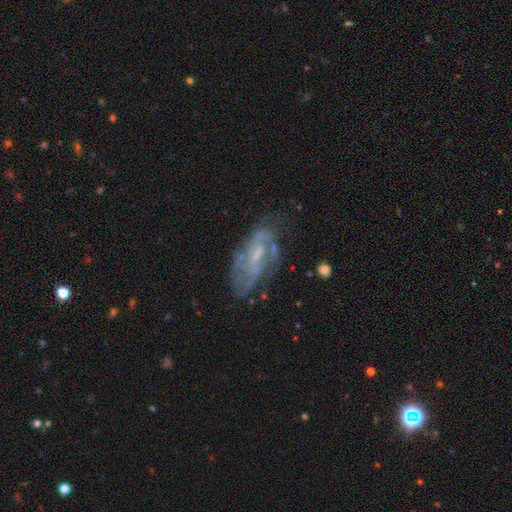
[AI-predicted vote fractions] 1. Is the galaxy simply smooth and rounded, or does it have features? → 70% featured or disk, 21% smooth, 10% star or artifact.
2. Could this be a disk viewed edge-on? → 90% no, 10% yes.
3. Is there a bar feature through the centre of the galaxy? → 50% no, 39% weak, 11% strong.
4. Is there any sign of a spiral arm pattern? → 65% yes, 35% no.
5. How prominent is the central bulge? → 49% small, 25% moderate, 23% none, 2% large, 1% dominant.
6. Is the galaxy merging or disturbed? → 56% none, 23% minor disturbance, 17% major disturbance, 4% merger.